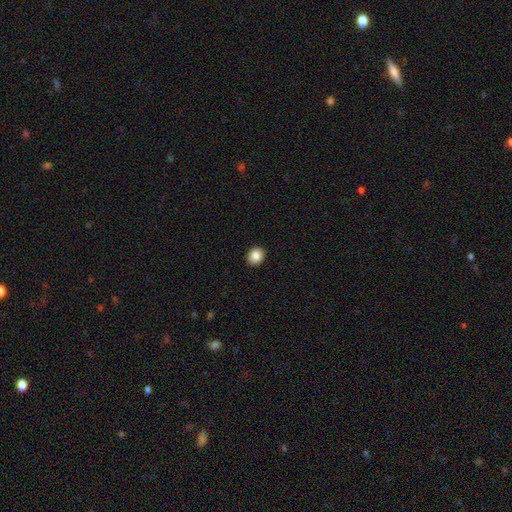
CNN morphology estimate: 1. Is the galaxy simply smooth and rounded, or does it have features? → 86% smooth, 9% star or artifact, 6% featured or disk.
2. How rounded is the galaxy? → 65% round, 34% in between, 1% cigar-shaped.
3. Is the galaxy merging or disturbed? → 92% none, 5% minor disturbance, 2% major disturbance, 1% merger.